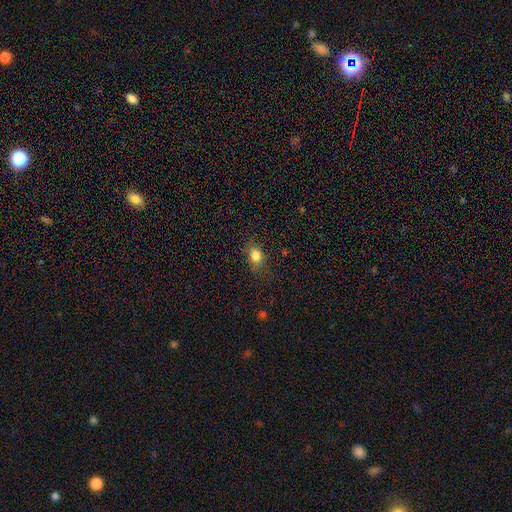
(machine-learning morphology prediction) A smooth galaxy with no disk features (82%) that is in between round and cigar-shaped (58%).

Vote fractions:
- Smooth or featured? smooth: 82% / star or artifact: 11% / featured or disk: 7%
- How rounded? in between: 58% / round: 40% / cigar-shaped: 2%
- Merging? none: 77% / minor disturbance: 17% / major disturbance: 5% / merger: 1%